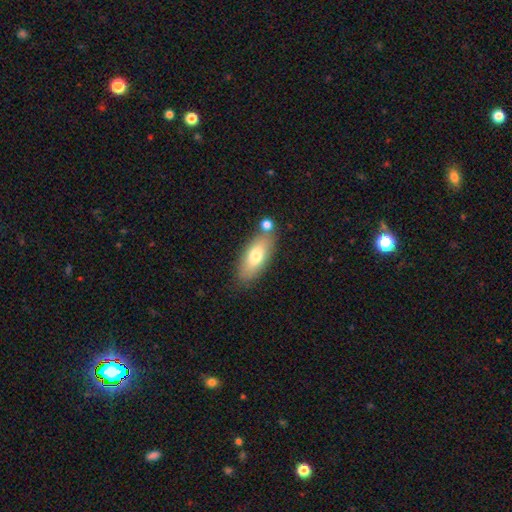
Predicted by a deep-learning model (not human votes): This is likely a smooth galaxy (73%). How rounded: likely in between (77%). Merging: likely none (71%).